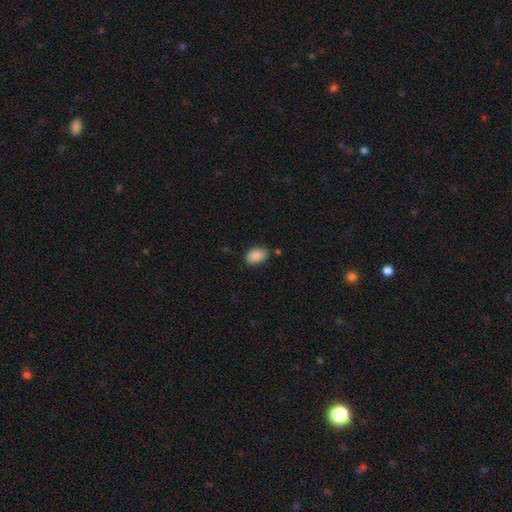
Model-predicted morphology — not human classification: Q: Smooth or featured?
A: smooth (88%); runner-up: star or artifact (7%)
Q: How rounded?
A: in between (87%); runner-up: round (12%)
Q: Merging?
A: none (75%); runner-up: minor disturbance (19%)